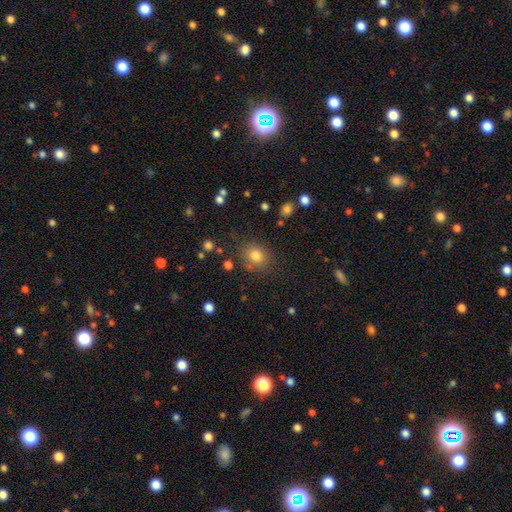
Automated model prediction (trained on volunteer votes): smooth-or-featured: smooth: 81% | star or artifact: 12% | featured or disk: 7%
  how-rounded: round: 64% | in between: 35% | cigar-shaped: 1%
  merging: none: 78% | minor disturbance: 13% | major disturbance: 4% | merger: 4%